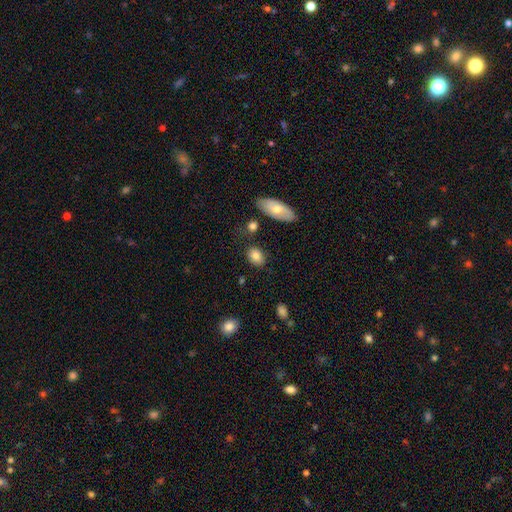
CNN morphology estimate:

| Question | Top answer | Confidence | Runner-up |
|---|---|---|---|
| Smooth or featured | smooth | 83% | featured or disk (9%) |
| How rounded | in between | 68% | round (30%) |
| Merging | none | 80% | minor disturbance (12%) |